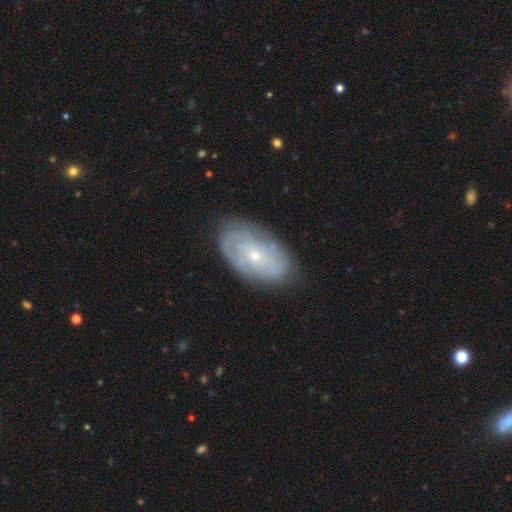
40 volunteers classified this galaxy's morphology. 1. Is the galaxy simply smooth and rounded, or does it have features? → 82% featured or disk, 15% smooth, 2% star or artifact.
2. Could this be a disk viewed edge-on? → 100% no, 0% yes.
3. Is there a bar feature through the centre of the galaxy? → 85% no, 12% weak, 3% strong.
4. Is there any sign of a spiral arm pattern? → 61% yes, 39% no.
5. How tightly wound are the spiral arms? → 80% tight, 15% medium, 5% loose.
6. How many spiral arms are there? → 65% can't tell, 20% 2, 5% 1, 5% 3, 5% 4, 0% more than 4.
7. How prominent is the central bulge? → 91% small, 9% moderate, 0% dominant, 0% large, 0% none.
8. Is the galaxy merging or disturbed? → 69% none, 26% minor disturbance, 3% major disturbance, 3% merger.